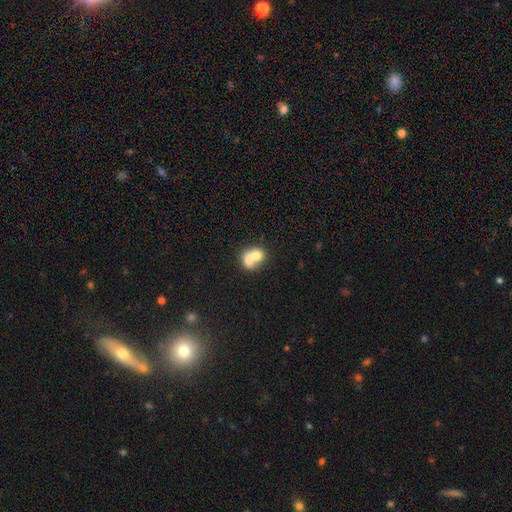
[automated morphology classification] Smooth or featured? smooth (68%)
How rounded? round (53%)
Merging? merger (73%)